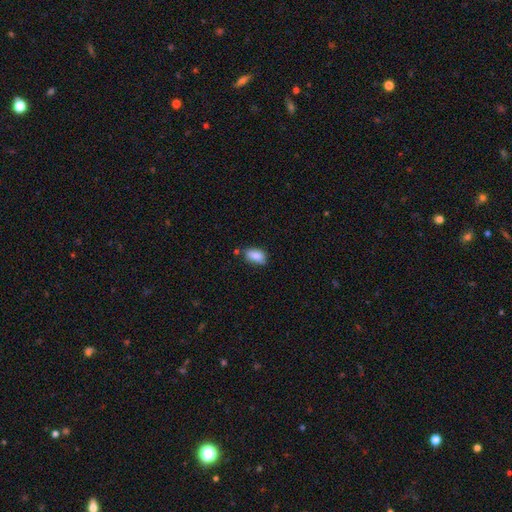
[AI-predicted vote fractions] The model was most divided on "merging": none: 67%, minor disturbance: 23%, merger: 6%, major disturbance: 4%. More confident: how rounded — in between (91%); smooth or featured — smooth (86%).